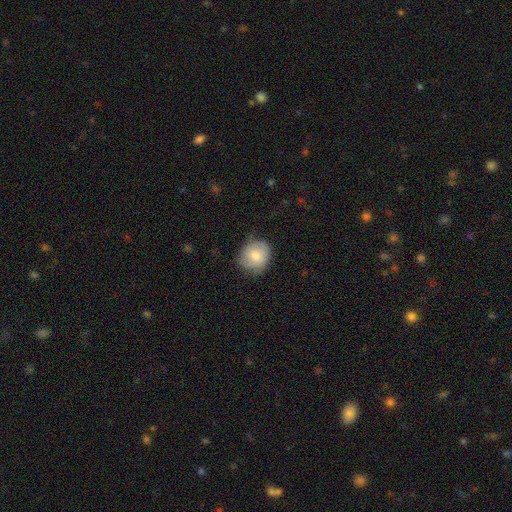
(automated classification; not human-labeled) The model was most divided on "merging": none: 69%, minor disturbance: 24%, major disturbance: 5%, merger: 1%. More confident: how rounded — round (76%); smooth or featured — smooth (74%).